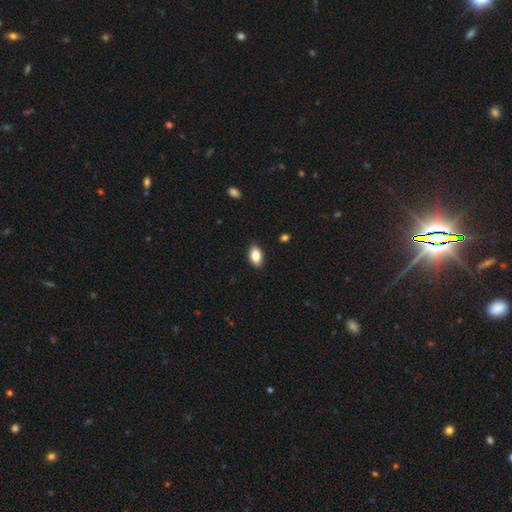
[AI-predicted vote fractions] Smooth or featured: smooth — 84% (featured or disk — 8%)
How rounded: in between — 91% (round — 6%)
Merging: none — 88% (minor disturbance — 9%)